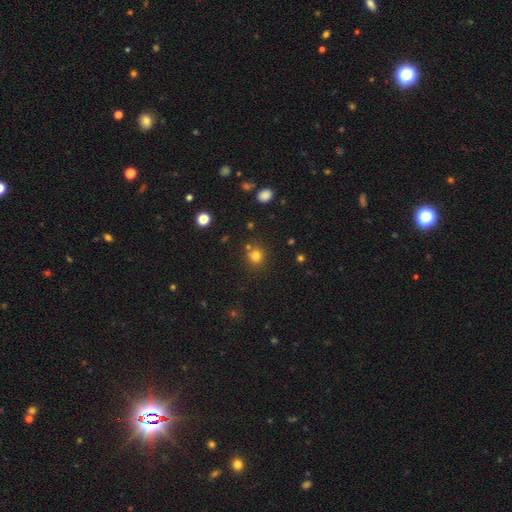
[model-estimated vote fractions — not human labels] smooth_or_featured: smooth (p=0.77) [alt: star or artifact p=0.16]
how_rounded: round (p=0.87) [alt: in between p=0.12]
merging: none (p=0.75) [alt: merger p=0.12]